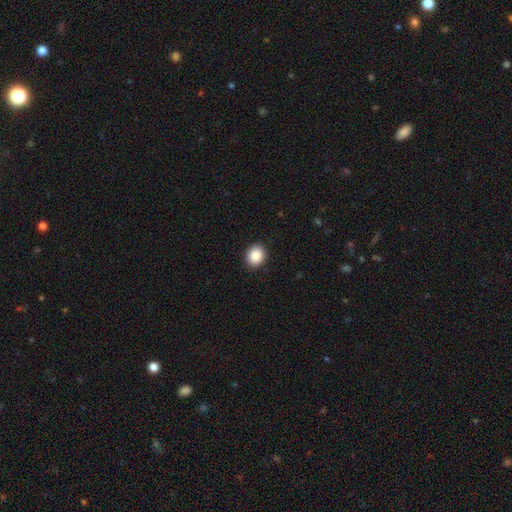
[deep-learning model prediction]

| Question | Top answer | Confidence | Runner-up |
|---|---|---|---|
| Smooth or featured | smooth | 87% | star or artifact (9%) |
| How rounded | round | 68% | in between (31%) |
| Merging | none | 91% | minor disturbance (6%) |